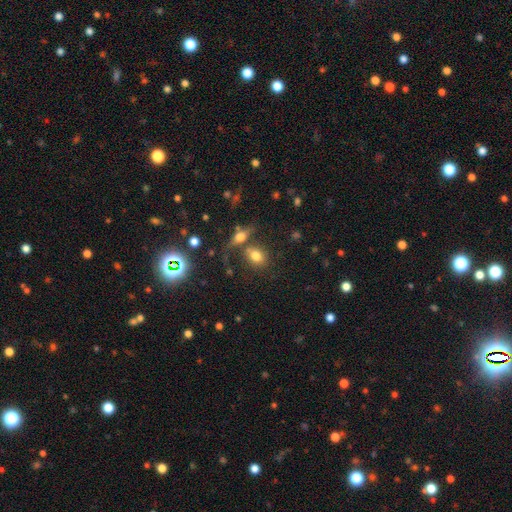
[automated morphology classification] Smooth or featured? Predicted: smooth (p=0.74). How rounded? Predicted: in between (p=0.62). Merging? Predicted: none (p=0.60).